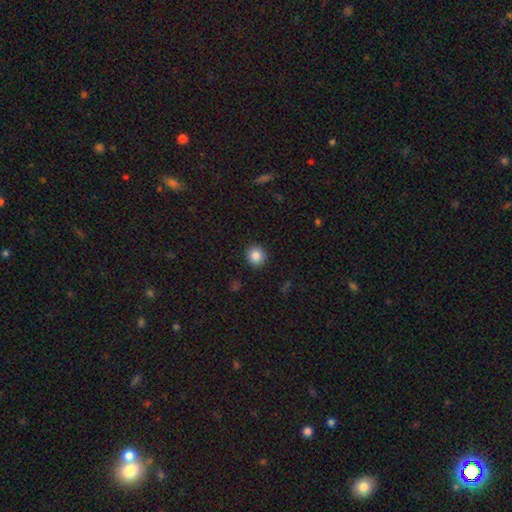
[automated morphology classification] This appears to be a smooth galaxy with no disk features (86%) that is round (91%). Merging: none (91%).